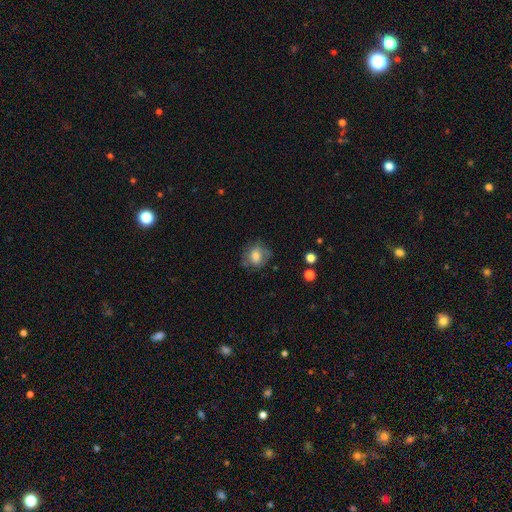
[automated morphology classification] A smooth galaxy with no disk features (68%) that is round (64%). Merging: none (62%).